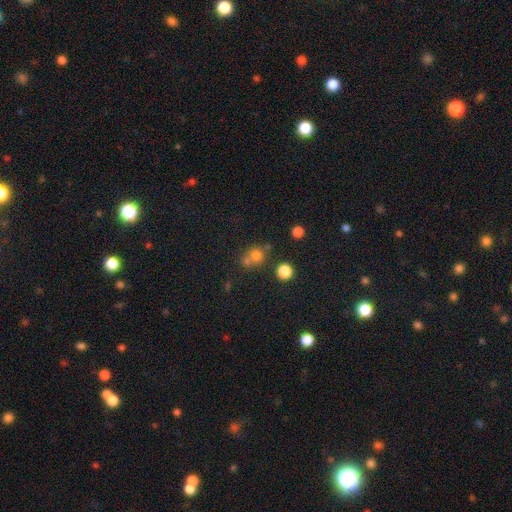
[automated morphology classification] Smooth or featured: smooth — 71% (star or artifact — 17%)
How rounded: round — 82% (in between — 17%)
Merging: none — 49% (merger — 37%)